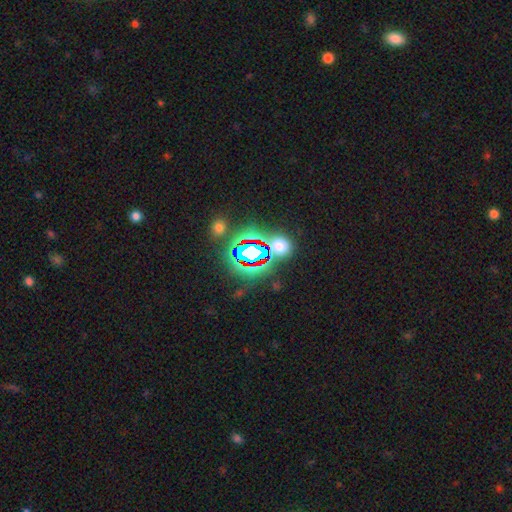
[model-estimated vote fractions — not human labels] This appears to be a star or artifact, not a galaxy (72%).